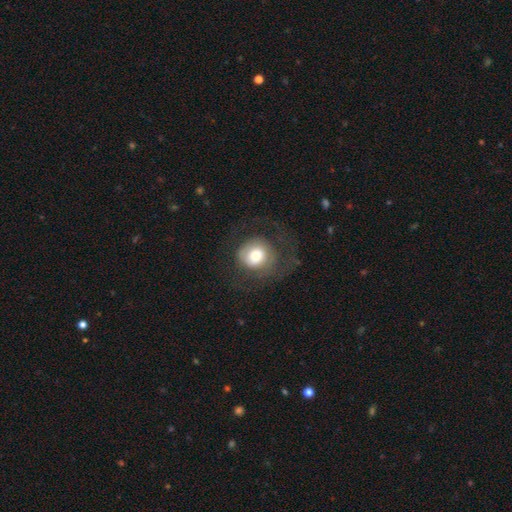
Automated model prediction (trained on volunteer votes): smooth-or-featured: smooth: 63% | featured or disk: 29% | star or artifact: 8%
  how-rounded: round: 83% | in between: 16% | cigar-shaped: 1%
  merging: none: 53% | major disturbance: 28% | minor disturbance: 17% | merger: 1%